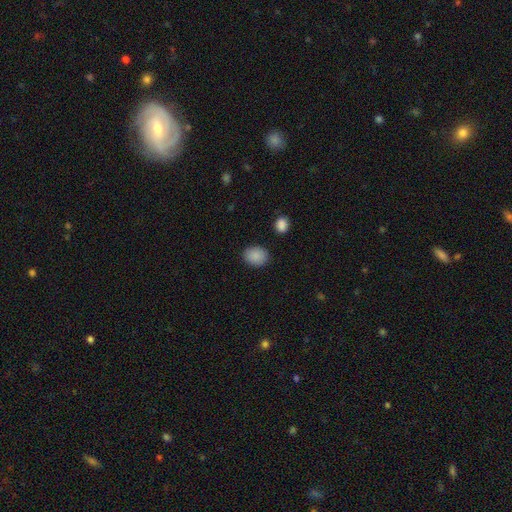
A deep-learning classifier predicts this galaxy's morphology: Smooth or featured? Predicted: smooth (p=0.89). How rounded? Predicted: in between (p=0.56). Merging? Predicted: none (p=0.88).